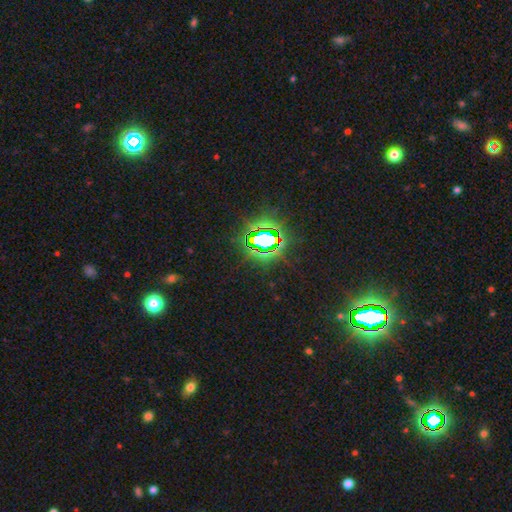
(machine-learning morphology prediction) Smooth or featured?
  - star or artifact: 81% *
  - smooth: 13%
  - featured or disk: 7%